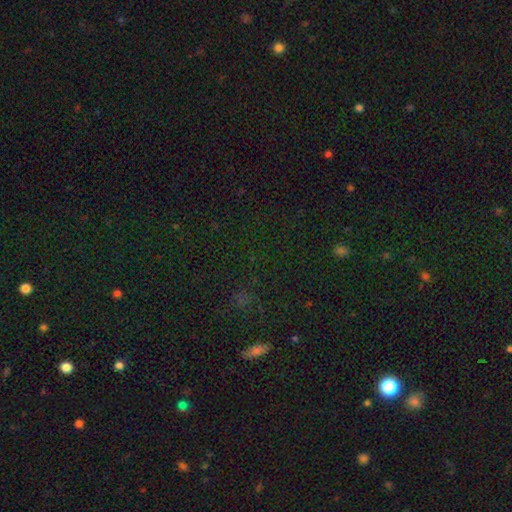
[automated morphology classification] A star or artifact, not a galaxy (66%).